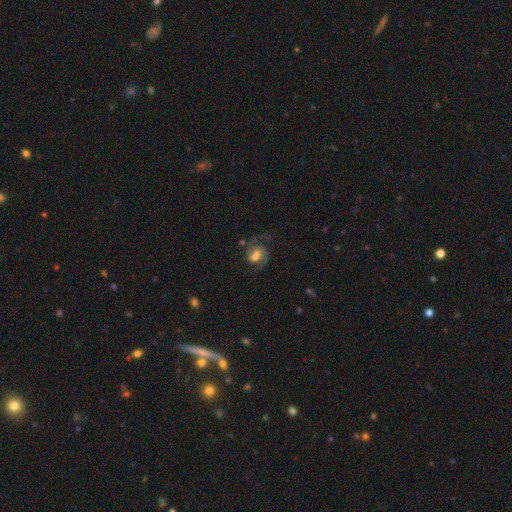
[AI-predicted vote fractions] A featured or disk galaxy (67%) with a weak bar (46%), 2 (78%) medium (49%) spiral arms (89%) and a moderate central bulge (50%).

Vote fractions:
- Smooth or featured? featured or disk: 67% / smooth: 23% / star or artifact: 9%
- Edge-on disk? no: 97% / yes: 3%
- Bar? weak: 46% / no: 40% / strong: 14%
- Spiral arms? yes: 89% / no: 11%
- Spiral winding? medium: 49% / loose: 33% / tight: 18%
- Spiral arm count? 2: 78% / 1: 12% / can't tell: 6% / 3: 2% / 4: 1% / more than 4: 1%
- Bulge size? moderate: 50% / small: 24% / large: 17% / none: 7% / dominant: 3%
- Merging? none: 48% / major disturbance: 18% / merger: 18% / minor disturbance: 17%